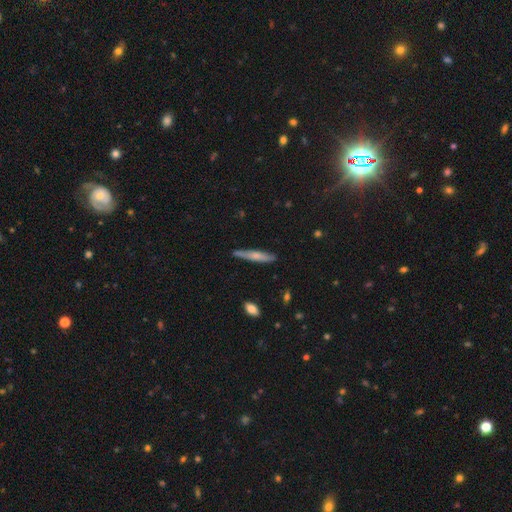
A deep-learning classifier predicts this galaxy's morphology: The model was most divided on "smooth or featured": smooth: 57%, featured or disk: 37%, star or artifact: 6%. More confident: how rounded — cigar-shaped (91%); merging — none (83%).